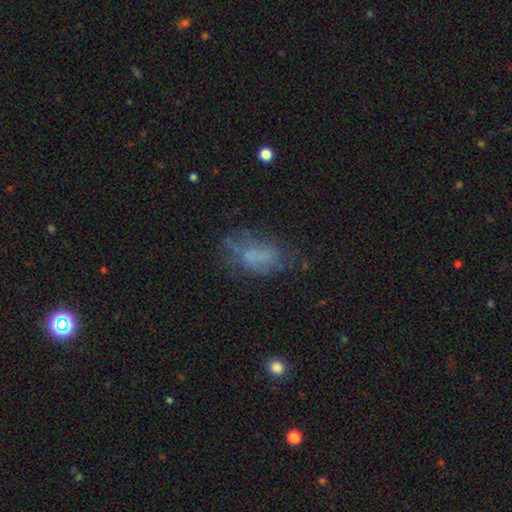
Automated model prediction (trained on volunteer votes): A smooth galaxy with no disk features (52%) that is in between round and cigar-shaped (86%).

Vote fractions:
- Smooth or featured? smooth: 52% / featured or disk: 33% / star or artifact: 15%
- How rounded? in between: 86% / cigar-shaped: 7% / round: 7%
- Merging? none: 45% / minor disturbance: 26% / major disturbance: 25% / merger: 4%